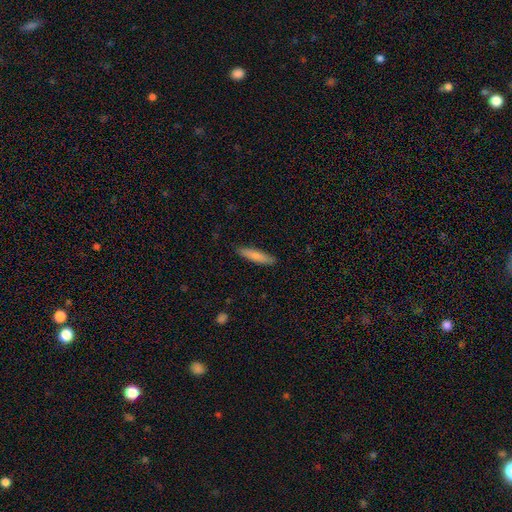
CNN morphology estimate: Q: Smooth or featured?
A: smooth (80%); runner-up: featured or disk (14%)
Q: How rounded?
A: cigar-shaped (83%); runner-up: in between (16%)
Q: Merging?
A: none (88%); runner-up: minor disturbance (9%)